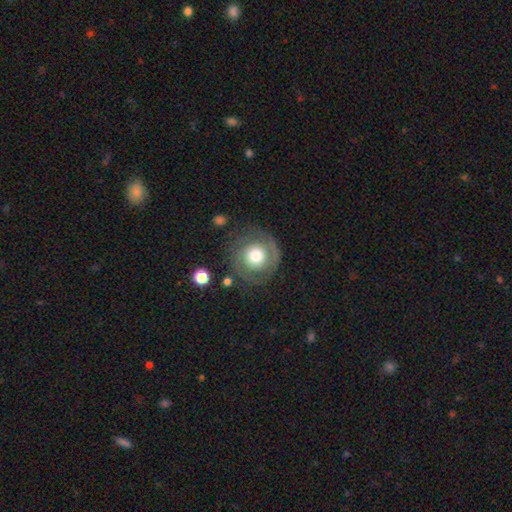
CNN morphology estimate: A featured or disk galaxy (63%) with no bar (83%), spiral arms (78%) and a moderate central bulge (52%). Merging: none (77%).